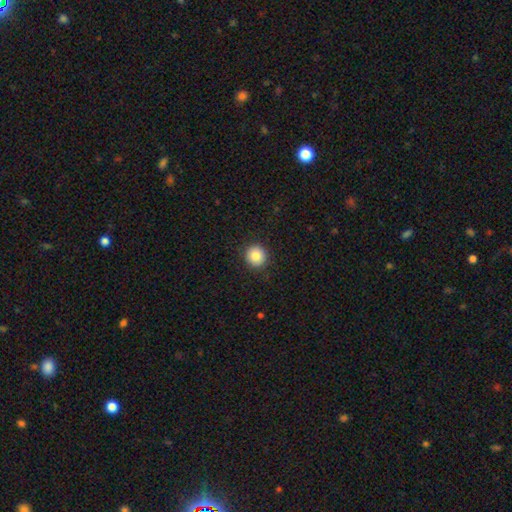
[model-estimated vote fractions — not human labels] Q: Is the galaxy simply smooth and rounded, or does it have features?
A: smooth — 85%.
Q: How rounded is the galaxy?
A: round — 93%.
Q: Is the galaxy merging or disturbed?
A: none — 91%.